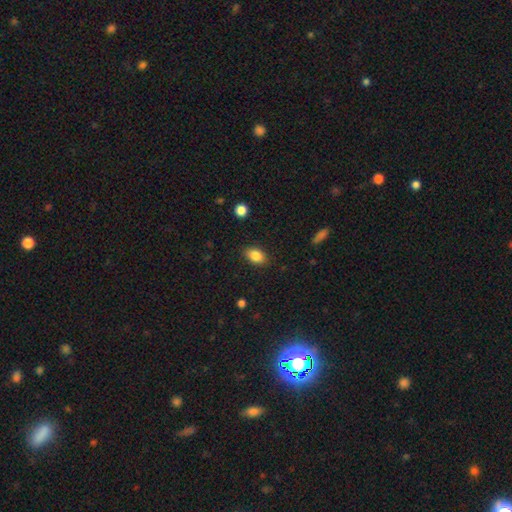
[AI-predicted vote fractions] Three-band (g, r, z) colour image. It shows a smooth galaxy with no disk features (85%) that is in between round and cigar-shaped (84%). Merging: none (87%).